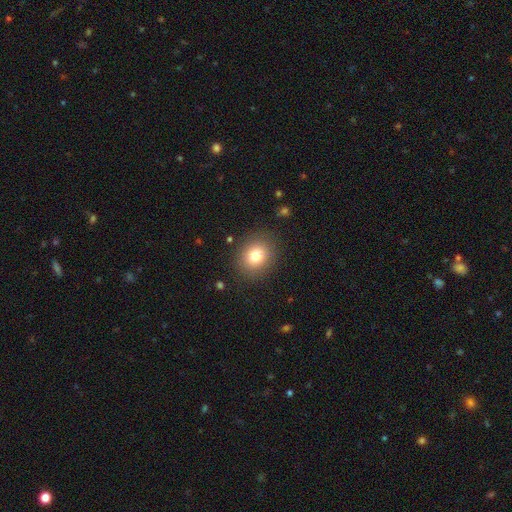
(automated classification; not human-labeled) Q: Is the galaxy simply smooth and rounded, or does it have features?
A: smooth — 80%.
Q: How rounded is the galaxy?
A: round — 66%.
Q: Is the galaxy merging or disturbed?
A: none — 87%.